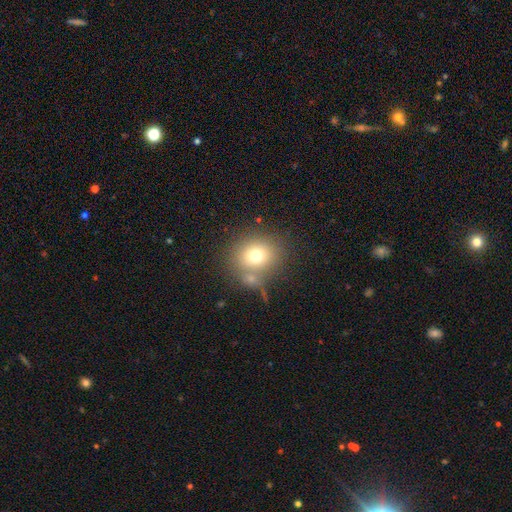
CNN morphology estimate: This appears to be a smooth galaxy with no disk features (72%) that is round (77%). Merging: none (64%).